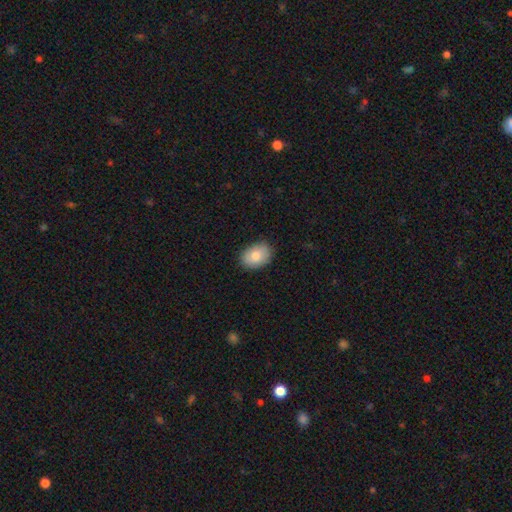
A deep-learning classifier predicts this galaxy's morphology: smooth_or_featured: smooth (p=0.82) [alt: featured or disk p=0.11]
how_rounded: in between (p=0.80) [alt: round p=0.19]
merging: none (p=0.86) [alt: minor disturbance p=0.11]